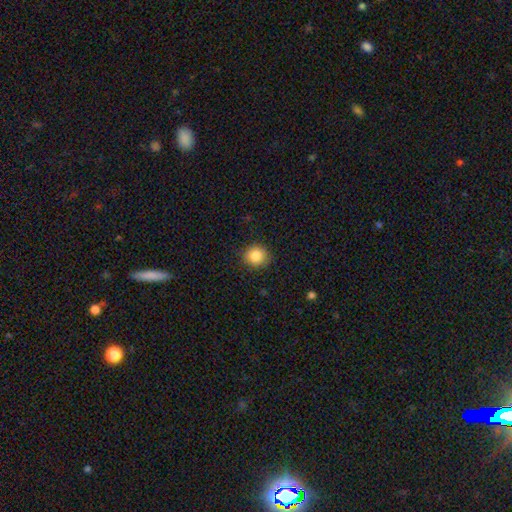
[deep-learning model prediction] smooth 85%, star or artifact 10%, featured or disk 5%. Down the decision tree: how rounded — round (87%); merging — none (89%).